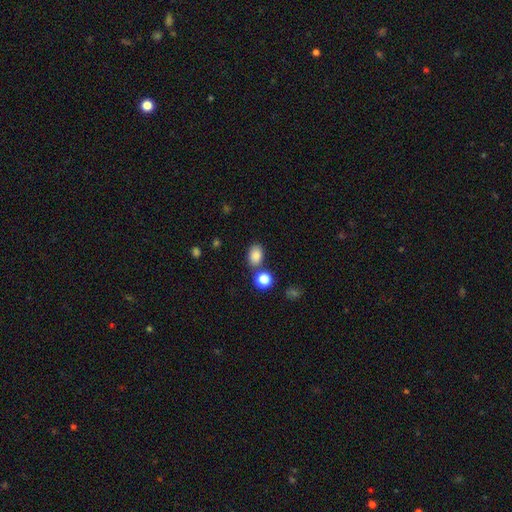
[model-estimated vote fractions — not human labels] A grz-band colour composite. It shows a smooth galaxy with no disk features (85%) that is in between round and cigar-shaped (78%). Merging: none (73%).